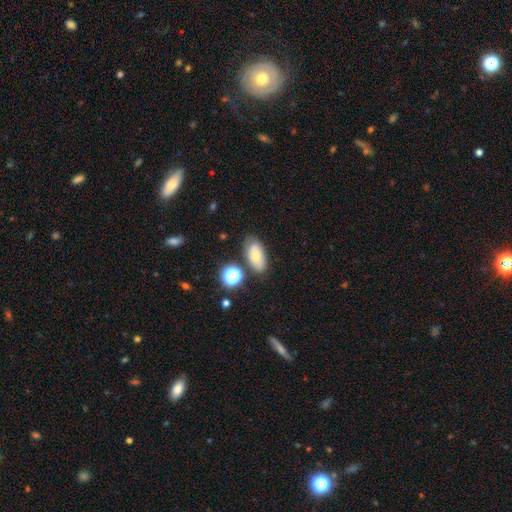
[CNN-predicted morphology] type=smooth (63%); roundness=in between (89%); merging=none (68%).